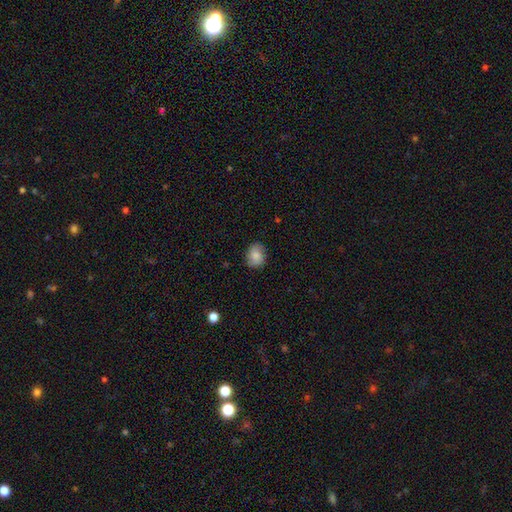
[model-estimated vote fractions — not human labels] This is clearly a smooth galaxy (82%). How rounded: possibly in between (50%). Merging: clearly none (81%).